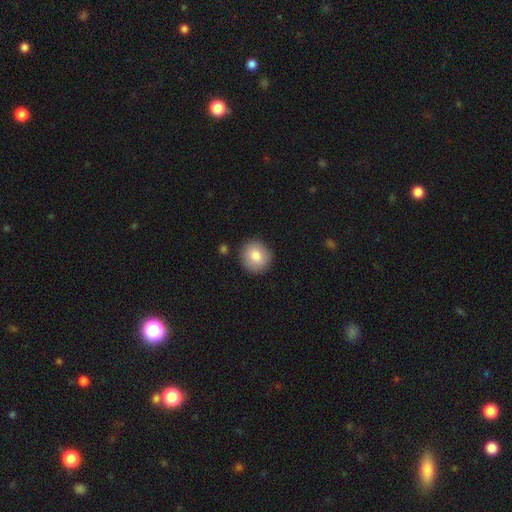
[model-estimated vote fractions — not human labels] smooth 83%, featured or disk 9%, star or artifact 7%. Down the decision tree: how rounded — round (90%); merging — none (89%).